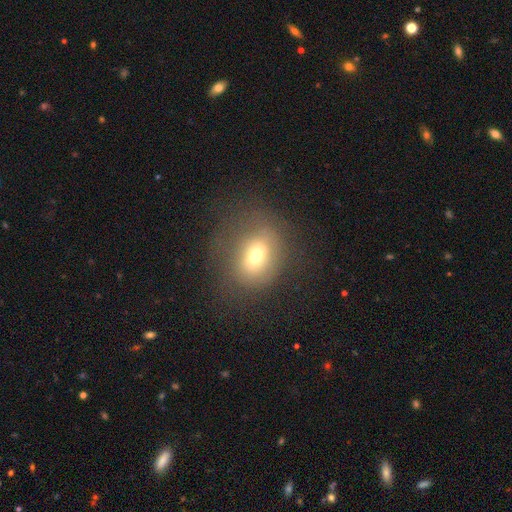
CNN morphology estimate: Q: Smooth or featured?
A: smooth (65%); runner-up: featured or disk (21%)
Q: How rounded?
A: round (51%); runner-up: in between (47%)
Q: Merging?
A: none (64%); runner-up: minor disturbance (19%)